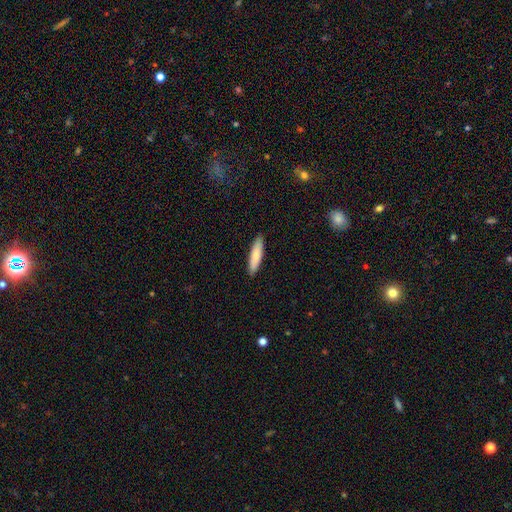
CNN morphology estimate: A smooth galaxy with no disk features (84%) that is cigar-shaped (78%). Merging: none (90%).